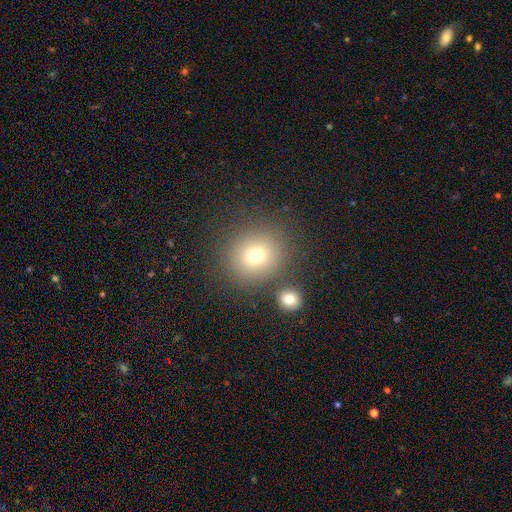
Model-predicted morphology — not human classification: Smooth or featured: smooth — 73% (star or artifact — 16%)
How rounded: round — 89% (in between — 11%)
Merging: none — 80% (merger — 8%)